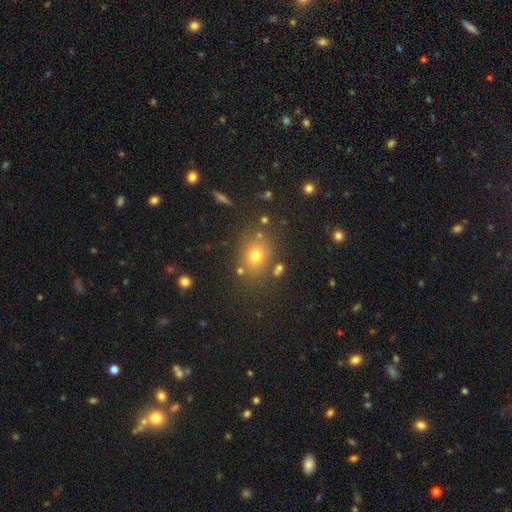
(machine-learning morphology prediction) Smooth or featured? Predicted: smooth (p=0.70). How rounded? Predicted: round (p=0.53). Merging? Predicted: none (p=0.78).